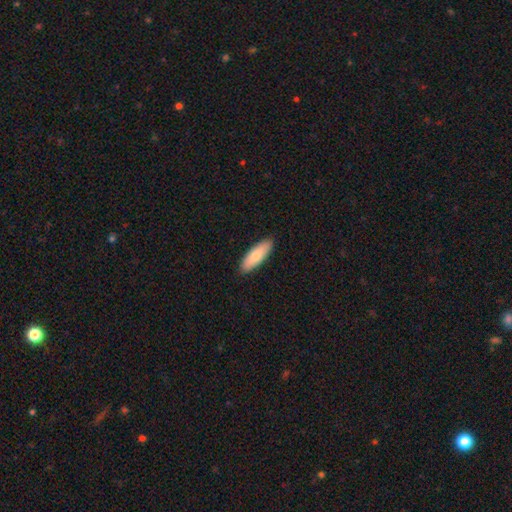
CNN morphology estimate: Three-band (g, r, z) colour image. It shows a smooth galaxy with no disk features (78%) that is in between round and cigar-shaped (57%). Merging: none (90%).